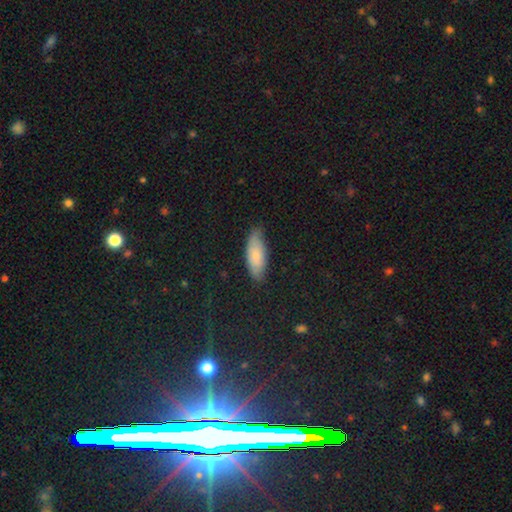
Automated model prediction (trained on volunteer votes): This is likely a smooth galaxy (76%). How rounded: likely in between (75%). Merging: likely none (73%).